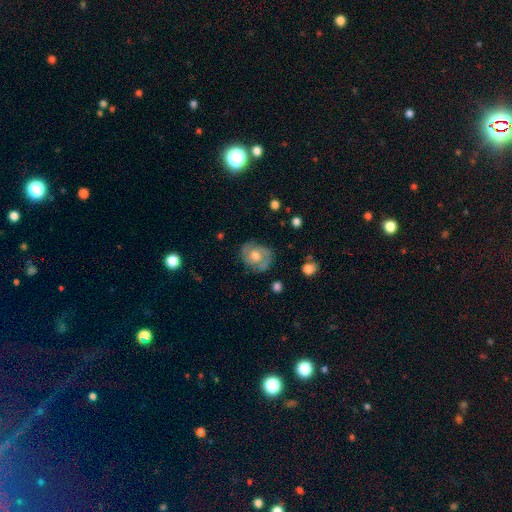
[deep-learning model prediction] The model was most divided on "spiral winding": tight: 48%, medium: 40%, loose: 12%. More confident: edge-on disk — no (97%); spiral arms — yes (85%); merging — none (72%); bar — no (71%); smooth or featured — featured or disk (70%); spiral arm count — 2 (61%); bulge size — moderate (55%).